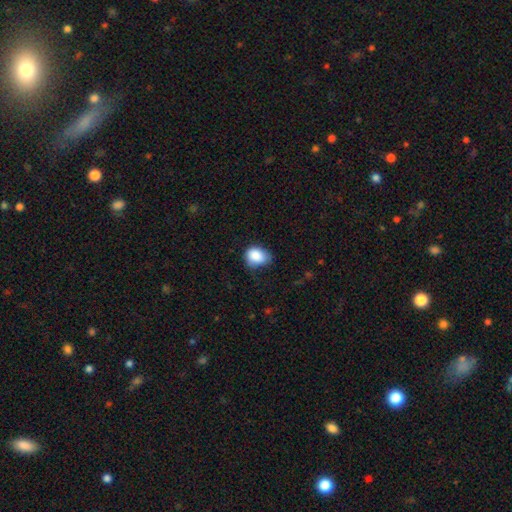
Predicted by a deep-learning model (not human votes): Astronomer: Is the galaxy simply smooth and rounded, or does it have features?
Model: smooth — 87%.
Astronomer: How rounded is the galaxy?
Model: in between — 55% (runner-up: round, 44%).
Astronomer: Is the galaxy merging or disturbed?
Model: none — 49% (runner-up: minor disturbance, 39%).